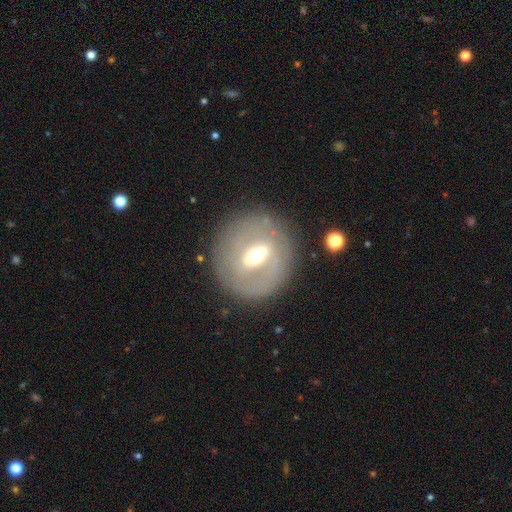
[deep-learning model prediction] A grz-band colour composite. It shows a featured or disk galaxy (65%) with a weak bar (42%), no spiral arms (70%) and a moderate central bulge (66%). Merging: none (81%).